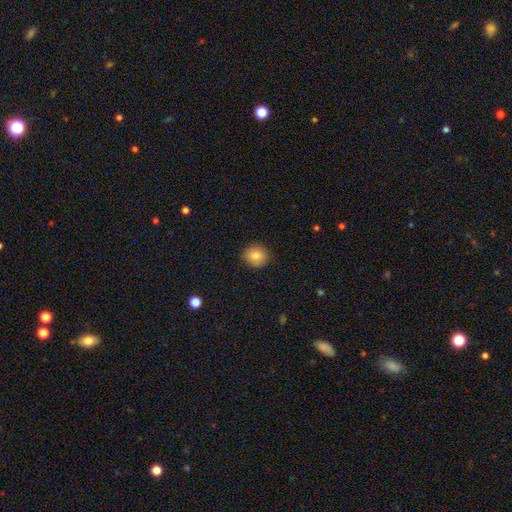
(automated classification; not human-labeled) smooth-or-featured: smooth: 82% | star or artifact: 9% | featured or disk: 9%
  how-rounded: round: 84% | in between: 15% | cigar-shaped: 1%
  merging: none: 90% | minor disturbance: 7% | major disturbance: 2% | merger: 1%